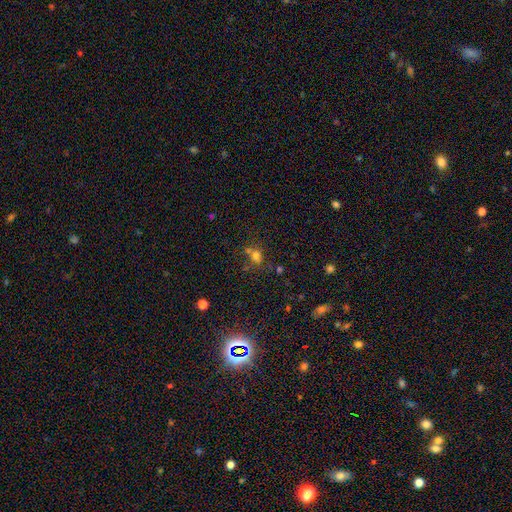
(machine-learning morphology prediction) type=smooth (68%); roundness=round (67%); merging=none (54%).